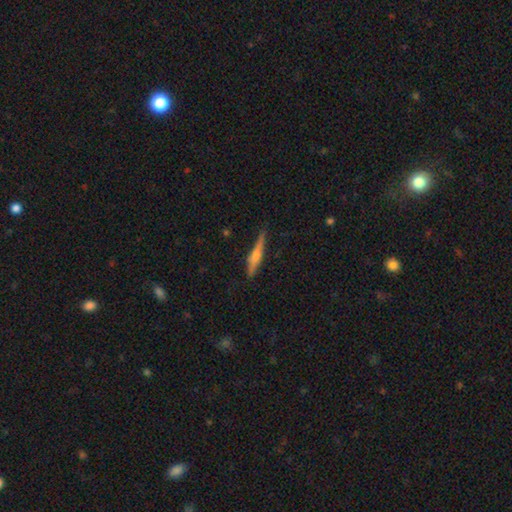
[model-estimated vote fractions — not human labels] A featured or disk galaxy (55%) viewed edge-on (97%) with a rounded central bulge (81%).

Vote fractions:
- Smooth or featured? featured or disk: 55% / smooth: 39% / star or artifact: 6%
- Edge-on disk? yes: 97% / no: 3%
- Edge-on bulge? rounded: 81% / none: 11% / boxy: 8%
- Merging? none: 84% / minor disturbance: 13% / major disturbance: 2% / merger: 1%